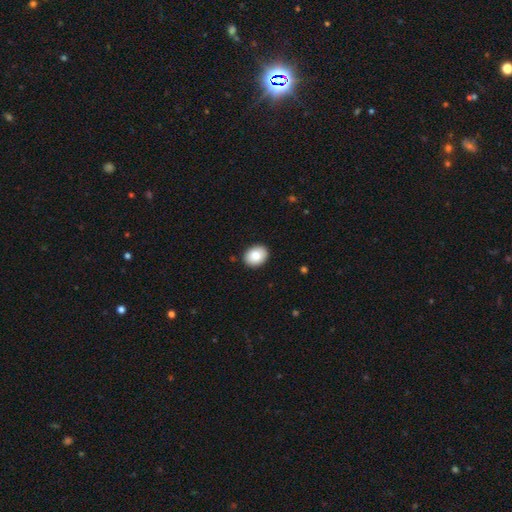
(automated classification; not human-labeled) This is clearly a smooth galaxy (87%). How rounded: possibly in between (59%). Merging: clearly none (90%).